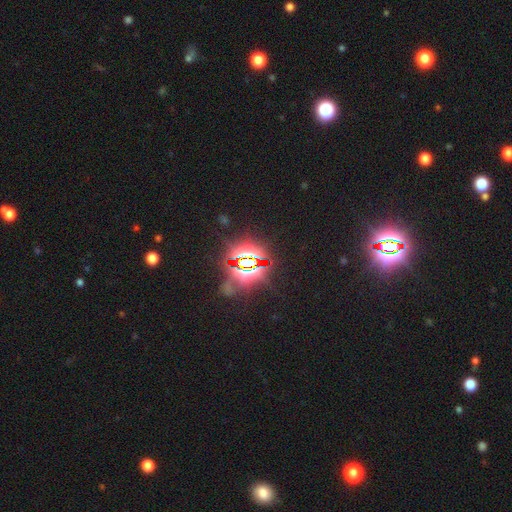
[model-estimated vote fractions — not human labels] This is clearly a star or artifact rather than a galaxy (84%).